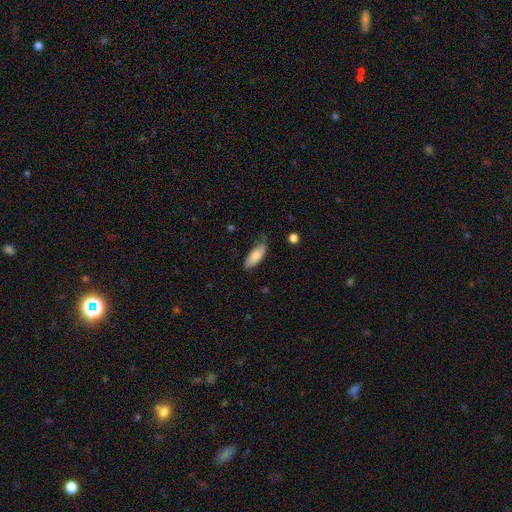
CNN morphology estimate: smooth 81%, featured or disk 13%, star or artifact 6%. Down the decision tree: how rounded — in between (71%); merging — none (68%).